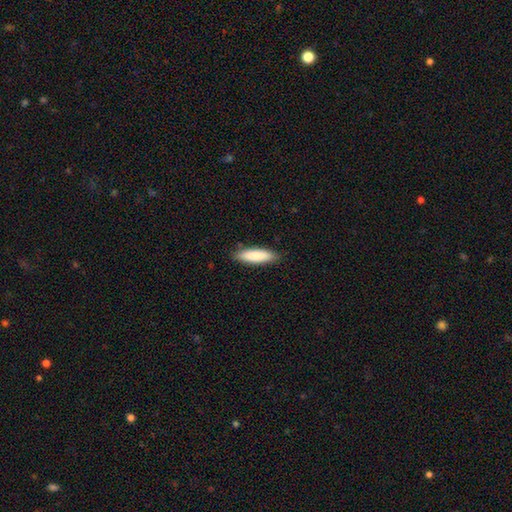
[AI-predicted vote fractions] smooth_or_featured: smooth (p=0.84) [alt: featured or disk p=0.10]
how_rounded: cigar-shaped (p=0.61) [alt: in between p=0.38]
merging: none (p=0.86) [alt: minor disturbance p=0.11]